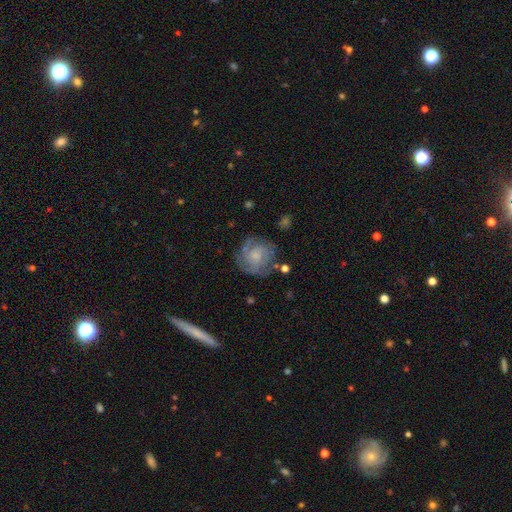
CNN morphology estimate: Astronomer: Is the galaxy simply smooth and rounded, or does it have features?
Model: featured or disk — 59%.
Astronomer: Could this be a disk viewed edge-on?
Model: no — 98%.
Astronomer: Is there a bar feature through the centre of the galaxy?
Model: no — 75%.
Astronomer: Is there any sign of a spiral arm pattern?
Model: yes — 82%.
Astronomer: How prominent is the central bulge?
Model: small — 47% (runner-up: moderate, 29%).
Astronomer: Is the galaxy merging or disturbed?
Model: none — 68%.